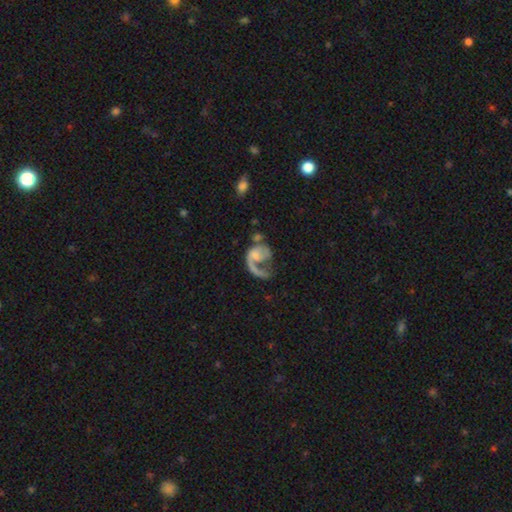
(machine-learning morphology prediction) Smooth or featured: featured or disk — 78% (smooth — 16%)
Edge-on disk: no — 98% (yes — 2%)
Bar: no — 65% (weak — 28%)
Spiral arms: yes — 85% (no — 15%)
Spiral winding: loose — 57% (medium — 32%)
Spiral arm count: 1 — 79% (2 — 14%)
Bulge size: small — 43% (none — 27%)
Merging: major disturbance — 48% (none — 27%)